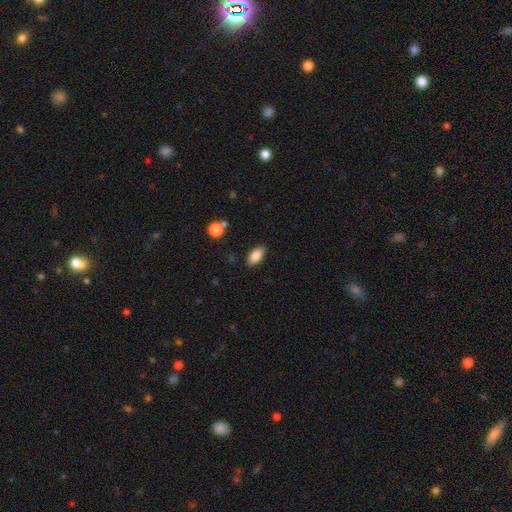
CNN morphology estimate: Smooth or featured: smooth — 84% (star or artifact — 8%)
How rounded: in between — 90% (cigar-shaped — 6%)
Merging: none — 86% (minor disturbance — 10%)